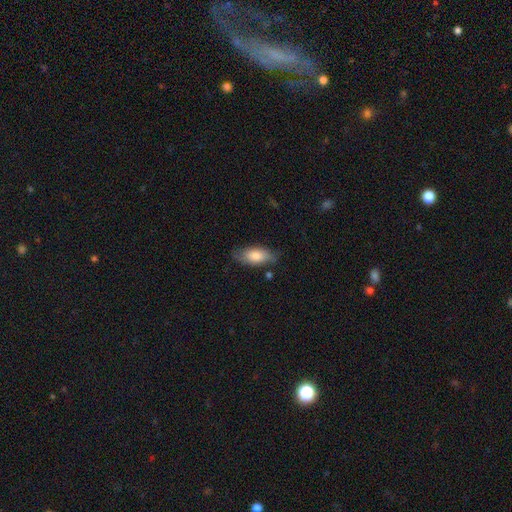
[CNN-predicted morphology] Smooth or featured?
  - smooth: 78% *
  - featured or disk: 16%
  - star or artifact: 6%
How rounded?
  - in between: 85% *
  - cigar-shaped: 12%
  - round: 3%
Merging?
  - none: 73% *
  - minor disturbance: 21%
  - major disturbance: 4%
  - merger: 2%